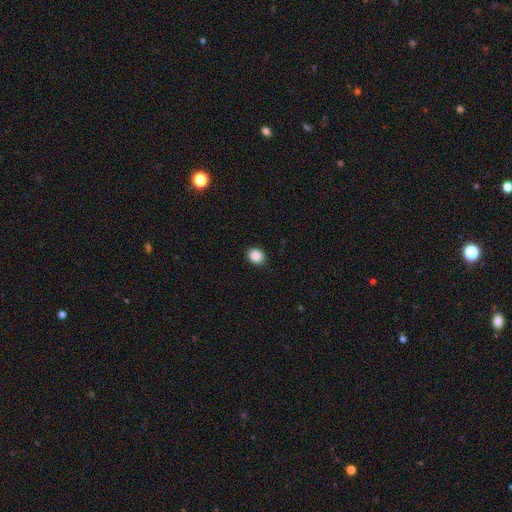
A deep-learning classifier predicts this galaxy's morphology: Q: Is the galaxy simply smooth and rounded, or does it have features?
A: smooth — 88%.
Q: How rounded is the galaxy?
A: round — 63%.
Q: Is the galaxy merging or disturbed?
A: none — 90%.